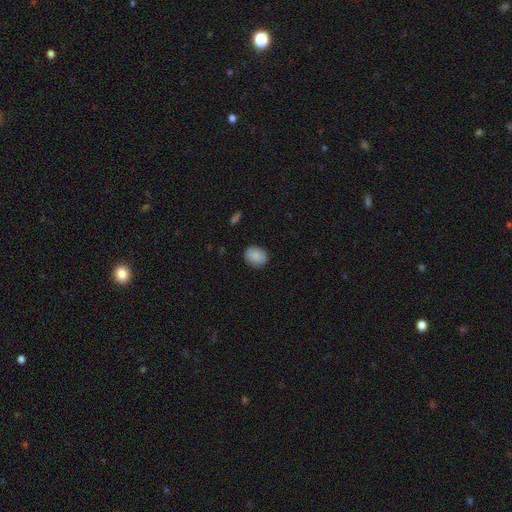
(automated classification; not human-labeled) Smooth or featured?
  - smooth: 86% *
  - star or artifact: 8%
  - featured or disk: 6%
How rounded?
  - round: 50% *
  - in between: 49%
  - cigar-shaped: 1%
Merging?
  - none: 86% *
  - minor disturbance: 11%
  - major disturbance: 2%
  - merger: 1%